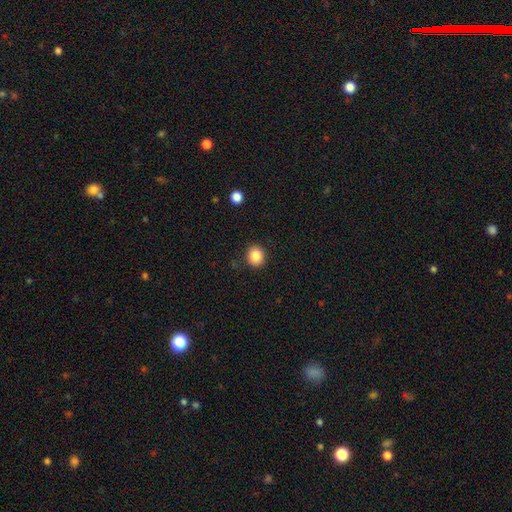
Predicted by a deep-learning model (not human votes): This appears to be a smooth galaxy with no disk features (85%) that is round (82%). Merging: none (90%).